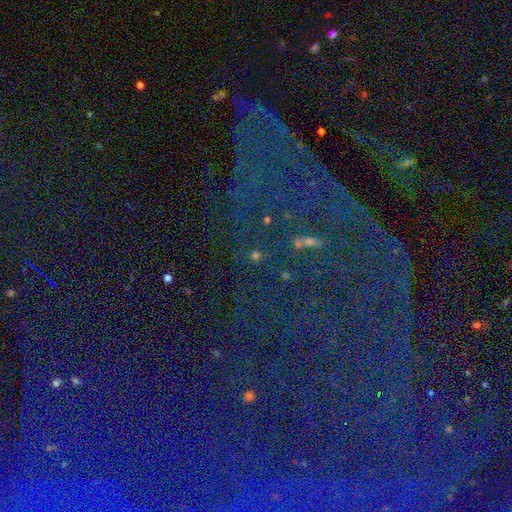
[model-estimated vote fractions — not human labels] Smooth or featured? Predicted: star or artifact (p=0.58).